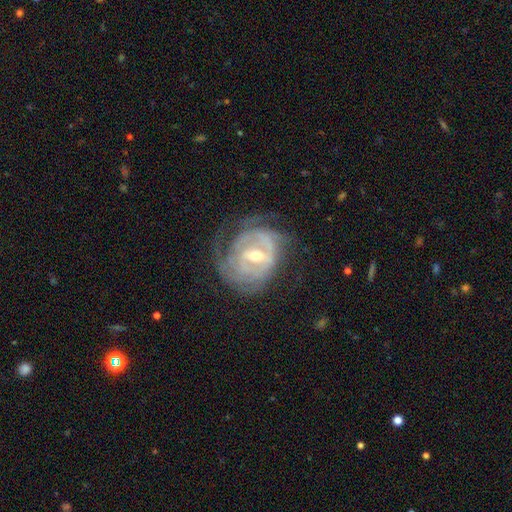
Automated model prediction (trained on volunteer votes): Q: Smooth or featured?
A: featured or disk (85%); runner-up: smooth (9%)
Q: Edge-on disk?
A: no (96%); runner-up: yes (4%)
Q: Bar?
A: weak (47%); runner-up: strong (39%)
Q: Spiral arms?
A: yes (87%); runner-up: no (13%)
Q: Spiral winding?
A: tight (65%); runner-up: medium (25%)
Q: Spiral arm count?
A: can't tell (44%); runner-up: 2 (25%)
Q: Bulge size?
A: moderate (61%); runner-up: small (33%)
Q: Merging?
A: none (59%); runner-up: minor disturbance (21%)